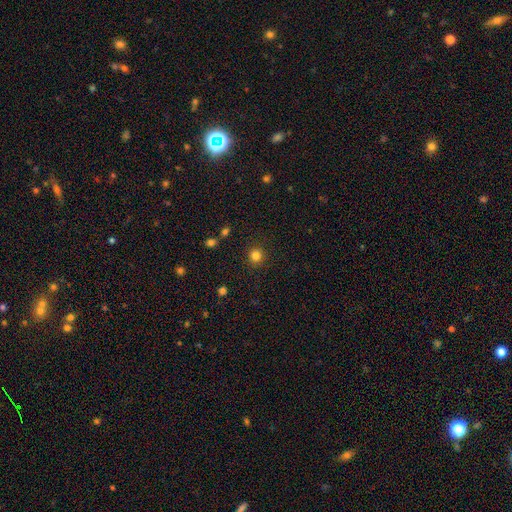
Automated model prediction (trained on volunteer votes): Overall: smooth (82%). How rounded: round (93%). Merging: none (90%).